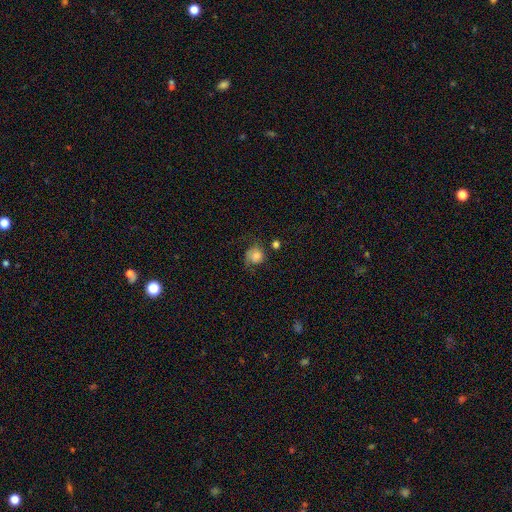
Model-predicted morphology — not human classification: Q: Smooth or featured?
A: smooth (60%); runner-up: featured or disk (29%)
Q: How rounded?
A: round (75%); runner-up: in between (24%)
Q: Merging?
A: none (47%); runner-up: minor disturbance (26%)